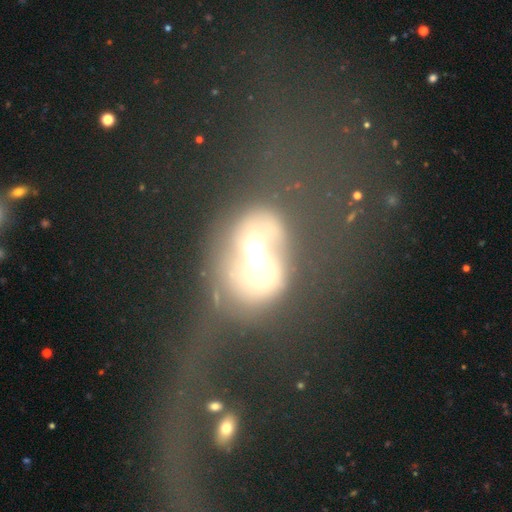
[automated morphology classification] A featured or disk galaxy (44%).

Vote fractions:
- Smooth or featured? featured or disk: 44% / smooth: 41% / star or artifact: 15%
- Merging? merger: 63% / major disturbance: 19% / none: 12% / minor disturbance: 7%